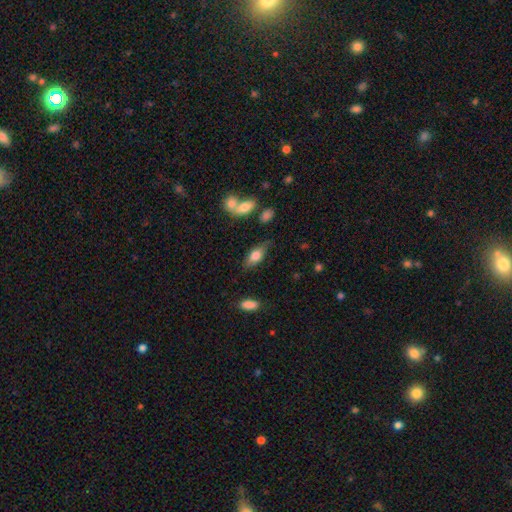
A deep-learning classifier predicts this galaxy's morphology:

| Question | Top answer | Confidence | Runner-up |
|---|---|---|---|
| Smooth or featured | smooth | 72% | featured or disk (20%) |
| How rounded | in between | 83% | cigar-shaped (12%) |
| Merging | none | 68% | minor disturbance (22%) |